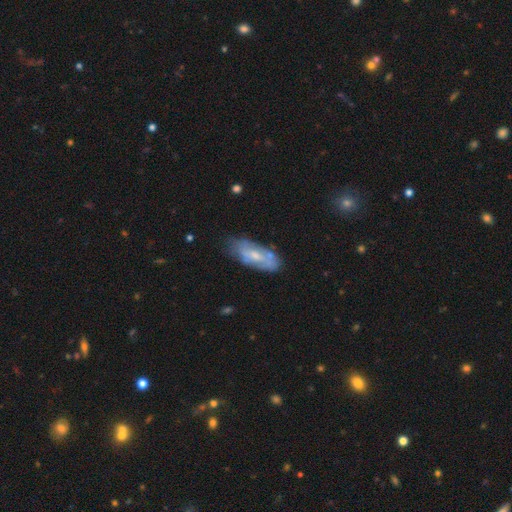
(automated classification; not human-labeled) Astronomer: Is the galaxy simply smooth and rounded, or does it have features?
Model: featured or disk — 54% (runner-up: smooth, 40%).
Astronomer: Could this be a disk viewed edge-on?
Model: no — 85%.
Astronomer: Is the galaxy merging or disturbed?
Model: none — 62%.